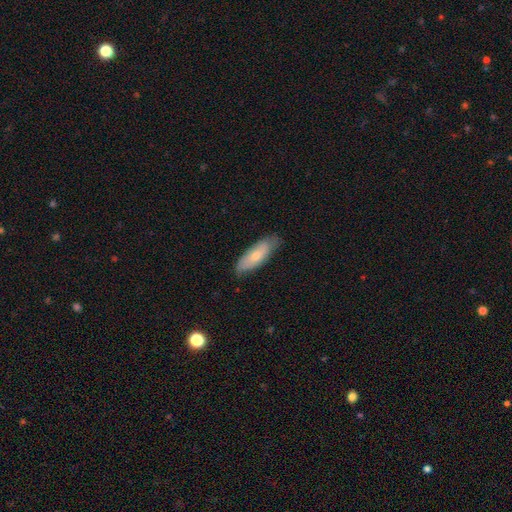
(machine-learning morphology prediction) Q: Smooth or featured?
A: smooth (67%); runner-up: featured or disk (27%)
Q: How rounded?
A: in between (60%); runner-up: cigar-shaped (38%)
Q: Merging?
A: none (77%); runner-up: minor disturbance (19%)